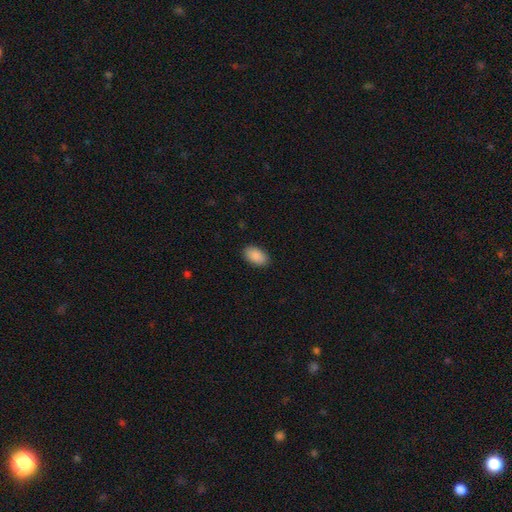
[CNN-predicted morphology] Smooth or featured? Predicted: smooth (p=0.90). How rounded? Predicted: in between (p=0.94). Merging? Predicted: none (p=0.89).